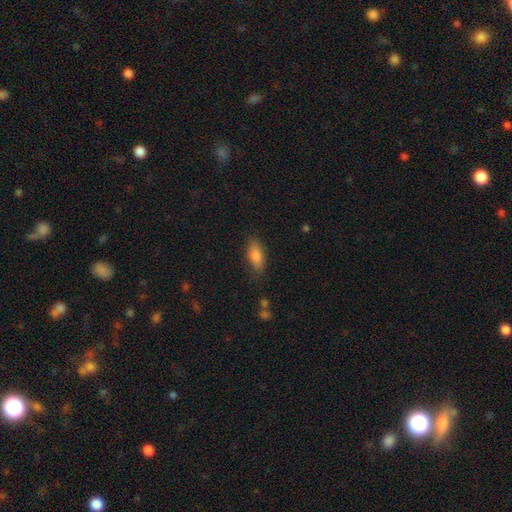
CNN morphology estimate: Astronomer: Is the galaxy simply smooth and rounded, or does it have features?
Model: smooth — 81%.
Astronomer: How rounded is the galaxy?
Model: in between — 79%.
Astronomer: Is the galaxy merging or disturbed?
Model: none — 81%.